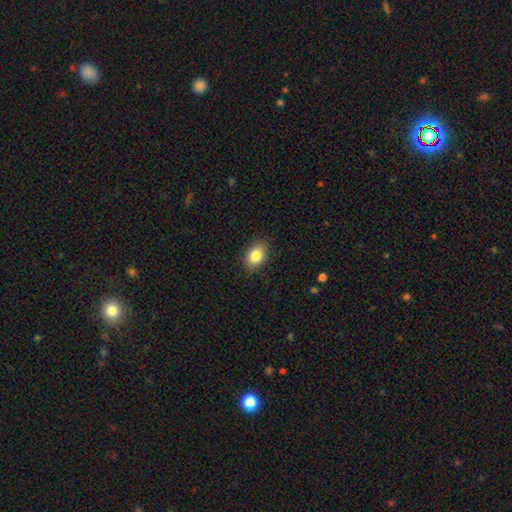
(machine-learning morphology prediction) This is clearly a smooth galaxy (85%). How rounded: likely in between (80%). Merging: clearly none (88%).